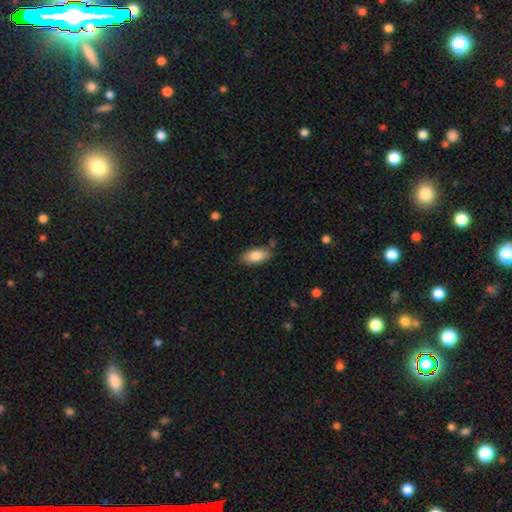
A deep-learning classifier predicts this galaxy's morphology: smooth-or-featured: smooth: 83% | featured or disk: 10% | star or artifact: 6%
  how-rounded: in between: 92% | cigar-shaped: 6% | round: 3%
  merging: none: 80% | minor disturbance: 14% | merger: 3% | major disturbance: 3%